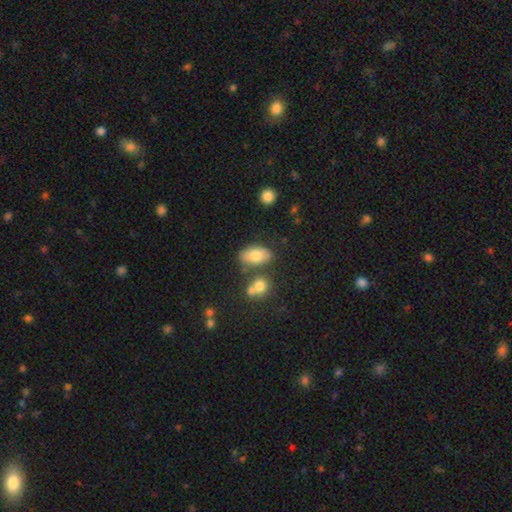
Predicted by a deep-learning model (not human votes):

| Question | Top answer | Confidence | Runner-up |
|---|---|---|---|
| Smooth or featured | smooth | 77% | featured or disk (15%) |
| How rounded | in between | 91% | round (6%) |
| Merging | none | 70% | minor disturbance (15%) |